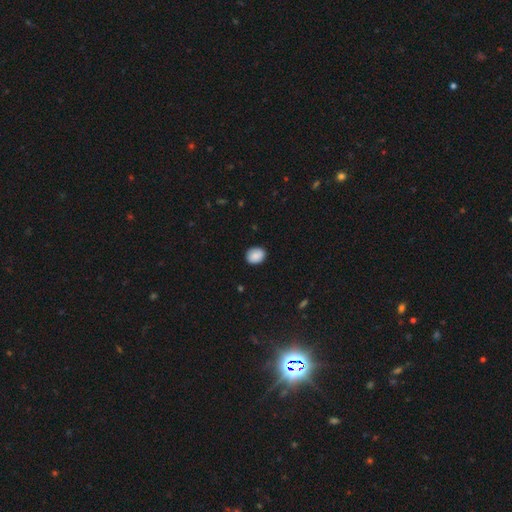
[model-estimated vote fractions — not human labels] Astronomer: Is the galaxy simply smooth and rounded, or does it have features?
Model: smooth — 88%.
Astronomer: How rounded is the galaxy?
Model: round — 54% (runner-up: in between, 45%).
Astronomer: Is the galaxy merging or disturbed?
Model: none — 88%.